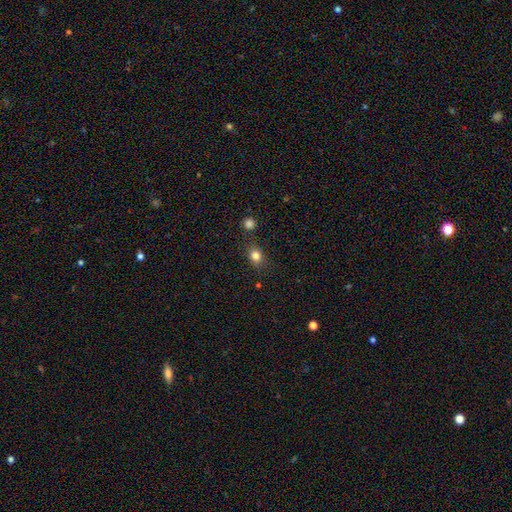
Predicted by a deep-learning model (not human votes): This is clearly a smooth galaxy (82%). How rounded: possibly round (57%). Merging: clearly none (80%).